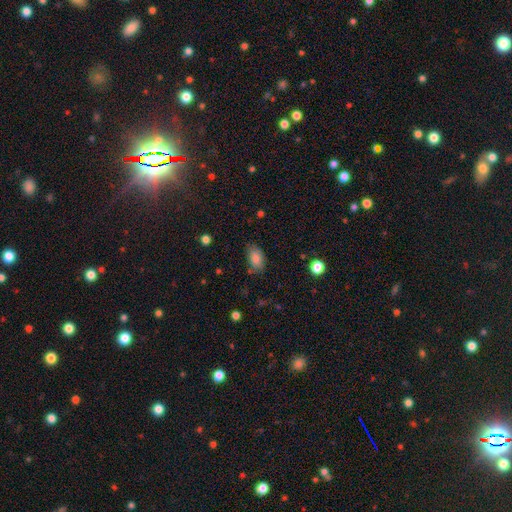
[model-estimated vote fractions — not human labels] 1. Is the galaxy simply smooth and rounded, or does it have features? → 73% smooth, 16% star or artifact, 11% featured or disk.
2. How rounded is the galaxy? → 88% in between, 10% round, 2% cigar-shaped.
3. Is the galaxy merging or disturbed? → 75% none, 19% minor disturbance, 4% major disturbance, 2% merger.